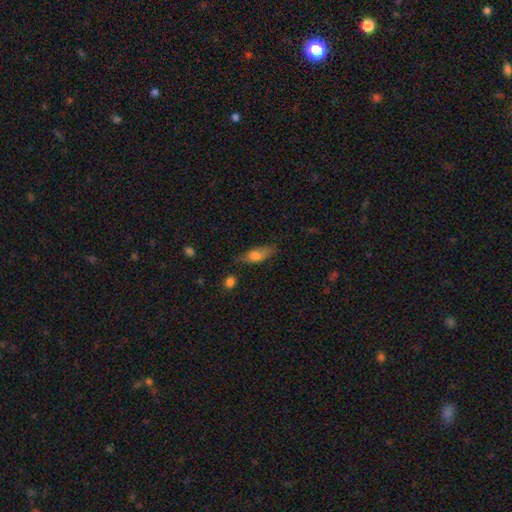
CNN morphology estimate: A smooth galaxy with no disk features (67%) that is in between round and cigar-shaped (65%). Merging: none (64%).